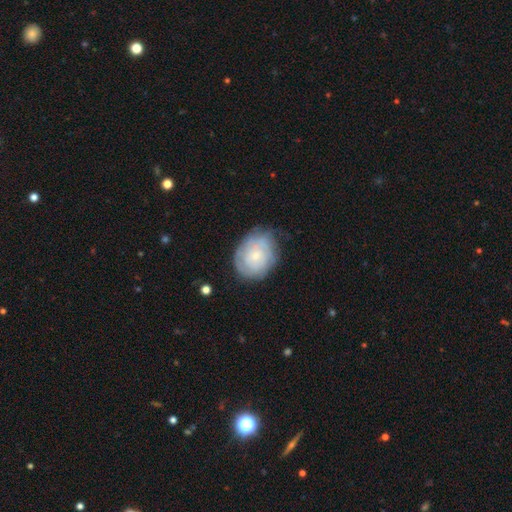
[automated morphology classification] Smooth or featured? featured or disk (52%)
Edge-on disk? no (97%)
Bar? no (83%)
Spiral arms? yes (77%)
Bulge size? small (72%)
Merging? none (67%)